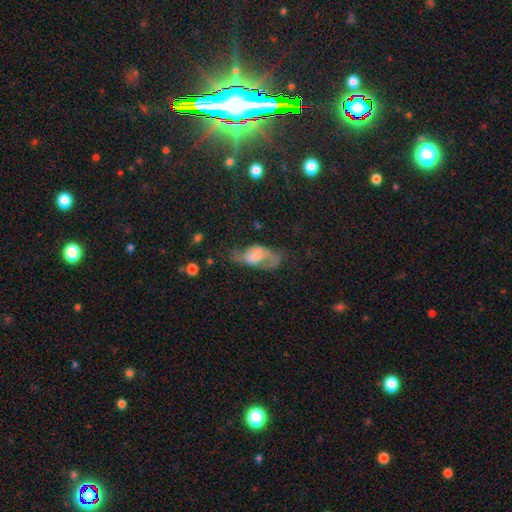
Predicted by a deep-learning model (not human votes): This appears to be a featured or disk galaxy (47%). Merging: major disturbance (39%).